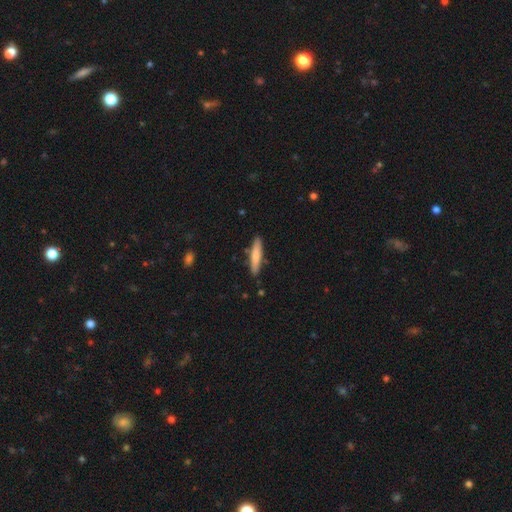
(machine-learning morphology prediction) This appears to be a smooth galaxy with no disk features (70%) that is cigar-shaped (85%). Merging: none (86%).